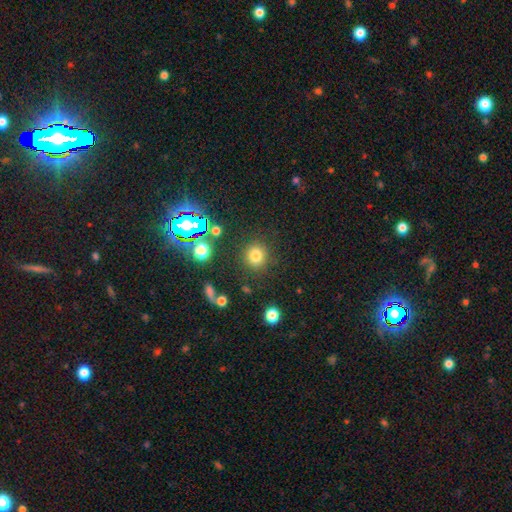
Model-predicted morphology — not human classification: Smooth or featured? Predicted: smooth (p=0.77). How rounded? Predicted: round (p=0.88). Merging? Predicted: none (p=0.86).